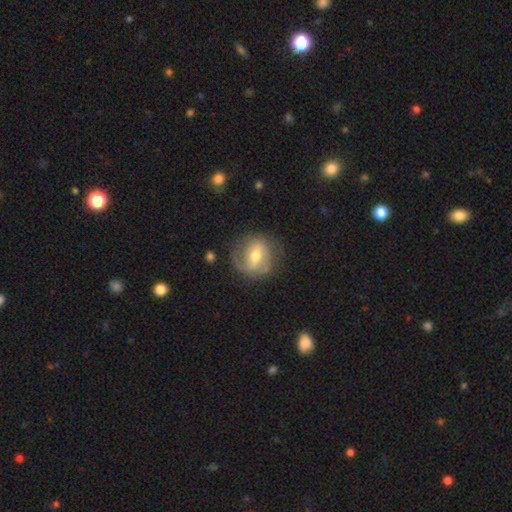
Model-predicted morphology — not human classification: Smooth or featured? Predicted: featured or disk (p=0.66). Edge-on disk? Predicted: no (p=0.96). Bar? Predicted: weak (p=0.49). Spiral arms? Predicted: yes (p=0.85). Spiral winding? Predicted: medium (p=0.43). Spiral arm count? Predicted: 2 (p=0.62). Bulge size? Predicted: moderate (p=0.68). Merging? Predicted: none (p=0.69).